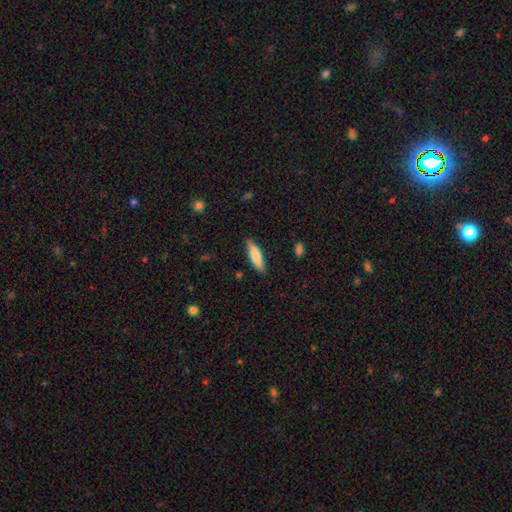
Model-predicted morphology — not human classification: This is likely a smooth galaxy (79%). How rounded: likely cigar-shaped (62%). Merging: clearly none (84%).